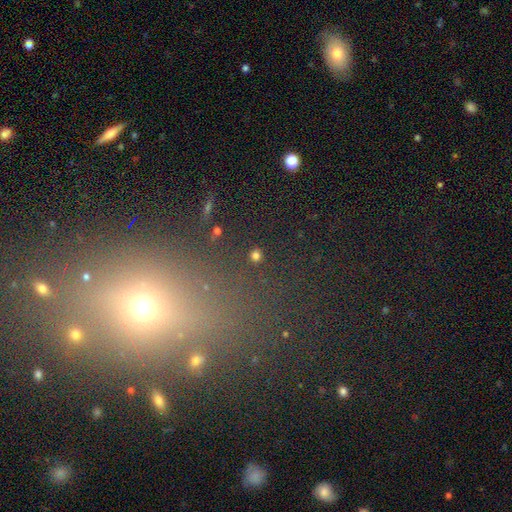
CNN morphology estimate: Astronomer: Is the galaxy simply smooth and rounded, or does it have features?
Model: smooth — 78%.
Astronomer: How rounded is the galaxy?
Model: round — 92%.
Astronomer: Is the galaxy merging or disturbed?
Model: none — 88%.